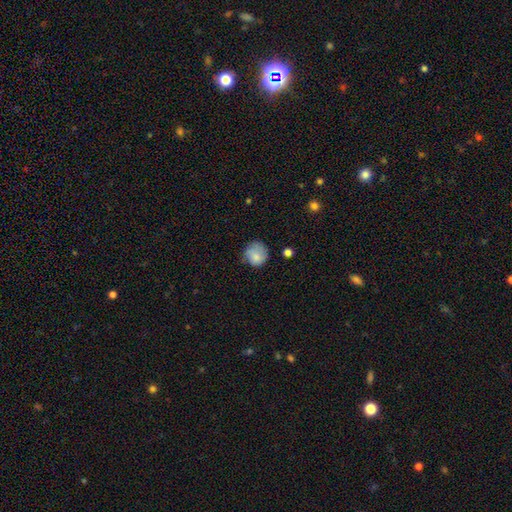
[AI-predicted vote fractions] smooth 80%, featured or disk 12%, star or artifact 8%. Down the decision tree: how rounded — round (83%); merging — none (56%).